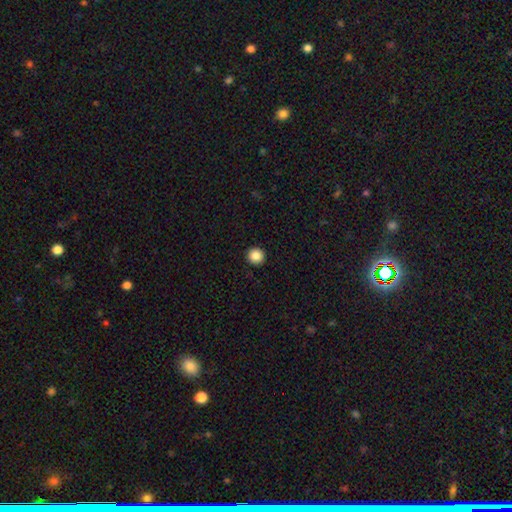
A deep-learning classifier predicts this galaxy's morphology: Smooth or featured?
  - smooth: 87% *
  - star or artifact: 10%
  - featured or disk: 4%
How rounded?
  - round: 96% *
  - in between: 3%
  - cigar-shaped: 1%
Merging?
  - none: 94% *
  - minor disturbance: 4%
  - major disturbance: 1%
  - merger: 1%